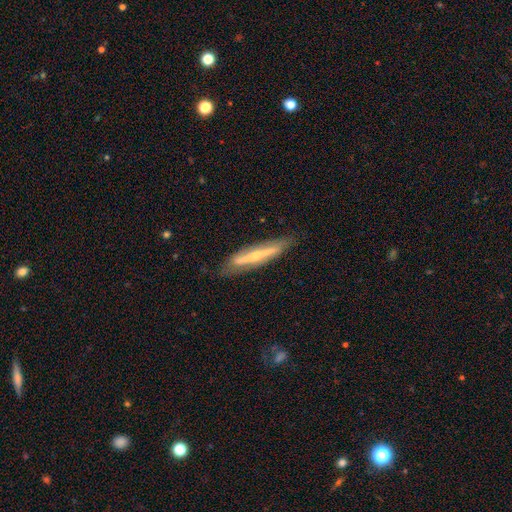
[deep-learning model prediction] This appears to be a featured or disk galaxy (68%) viewed edge-on (75%) with a rounded central bulge (72%). Merging: none (79%).